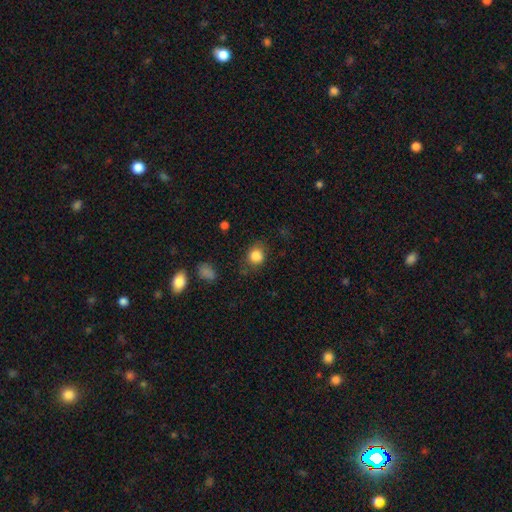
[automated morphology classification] smooth_or_featured: smooth (p=0.84) [alt: star or artifact p=0.10]
how_rounded: round (p=0.63) [alt: in between p=0.36]
merging: none (p=0.73) [alt: minor disturbance p=0.19]